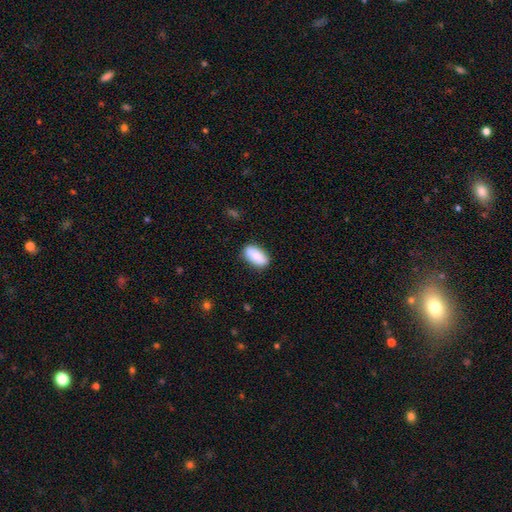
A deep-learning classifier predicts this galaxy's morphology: Smooth or featured? smooth (88%)
How rounded? in between (91%)
Merging? none (85%)